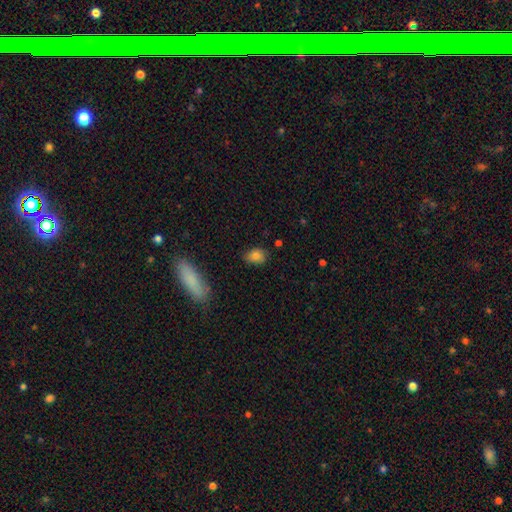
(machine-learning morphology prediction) smooth 81%, star or artifact 10%, featured or disk 9%. Down the decision tree: how rounded — in between (75%); merging — none (78%).